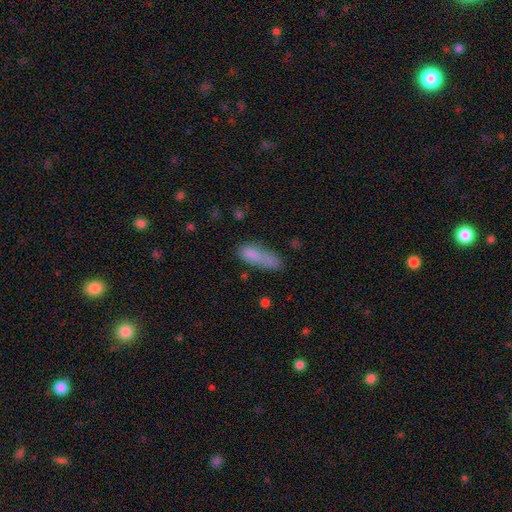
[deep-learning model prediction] A smooth galaxy with no disk features (78%) that is in between round and cigar-shaped (49%).

Vote fractions:
- Smooth or featured? smooth: 78% / featured or disk: 12% / star or artifact: 10%
- How rounded? in between: 49% / cigar-shaped: 48% / round: 2%
- Merging? none: 43% / minor disturbance: 28% / major disturbance: 17% / merger: 12%